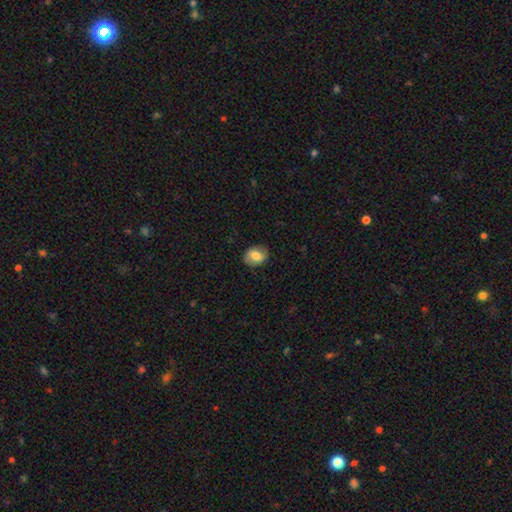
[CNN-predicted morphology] smooth 71%, featured or disk 21%, star or artifact 8%. Down the decision tree: how rounded — in between (58%); merging — none (84%).